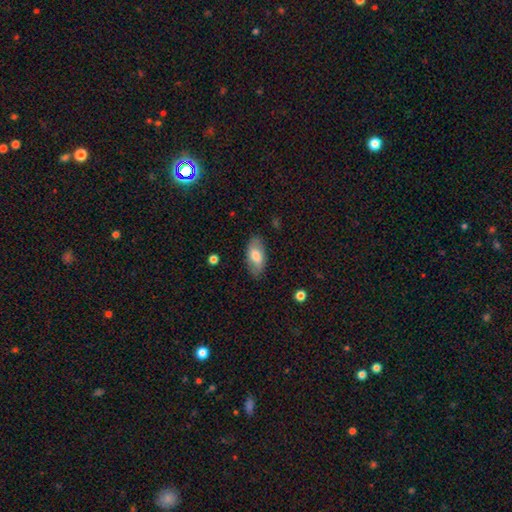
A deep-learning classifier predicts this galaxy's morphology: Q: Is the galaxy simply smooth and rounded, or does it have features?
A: smooth — 69%.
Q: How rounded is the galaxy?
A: in between — 92%.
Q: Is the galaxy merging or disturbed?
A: none — 81%.